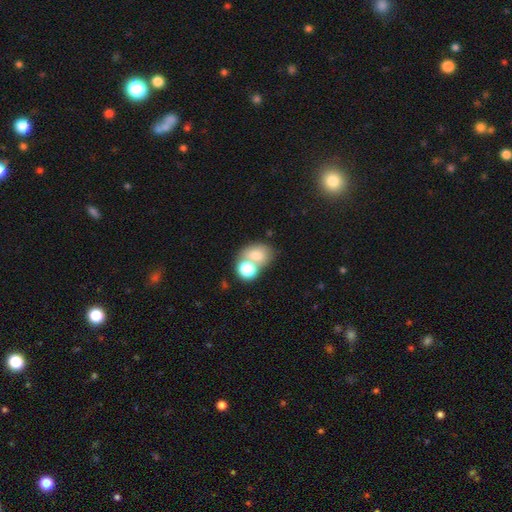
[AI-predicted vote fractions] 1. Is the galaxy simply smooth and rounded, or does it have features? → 71% smooth, 17% featured or disk, 12% star or artifact.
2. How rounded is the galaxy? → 59% in between, 40% round, 1% cigar-shaped.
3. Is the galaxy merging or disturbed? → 52% merger, 33% none, 10% minor disturbance, 6% major disturbance.